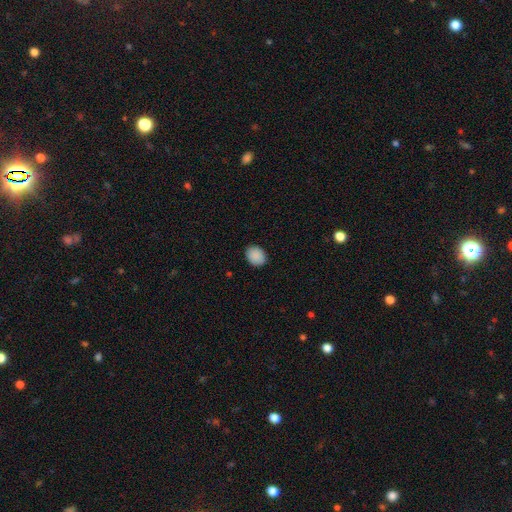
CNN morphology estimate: Smooth or featured: smooth — 90% (star or artifact — 8%)
How rounded: round — 50% (in between — 49%)
Merging: none — 88% (minor disturbance — 9%)